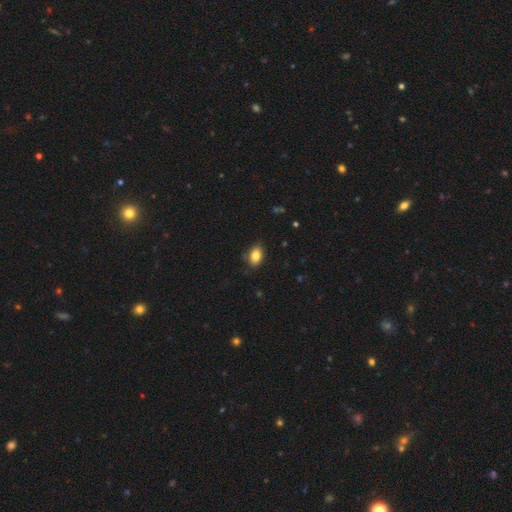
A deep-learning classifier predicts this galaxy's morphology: Smooth or featured? Predicted: smooth (p=0.84). How rounded? Predicted: in between (p=0.87). Merging? Predicted: none (p=0.81).